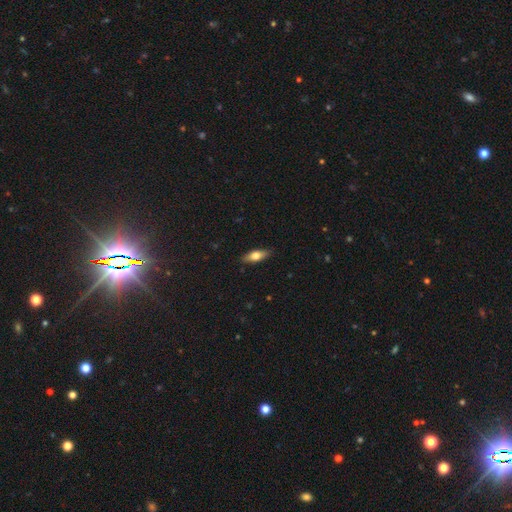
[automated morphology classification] Smooth or featured? Predicted: smooth (p=0.64). How rounded? Predicted: in between (p=0.62). Merging? Predicted: none (p=0.86).